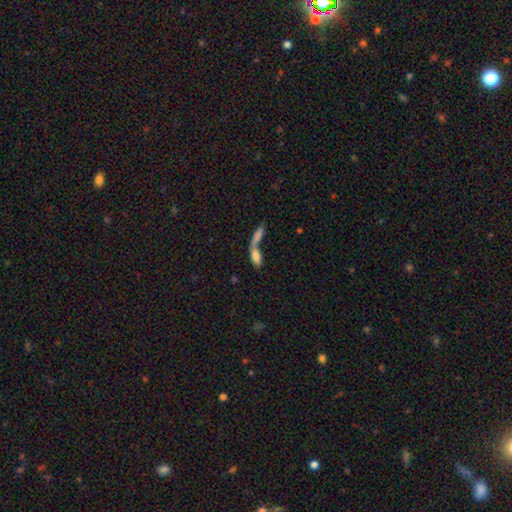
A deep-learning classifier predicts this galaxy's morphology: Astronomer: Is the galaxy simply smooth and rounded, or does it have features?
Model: smooth — 72%.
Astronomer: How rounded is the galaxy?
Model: in between — 66%.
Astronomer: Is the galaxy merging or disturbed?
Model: merger — 66%.